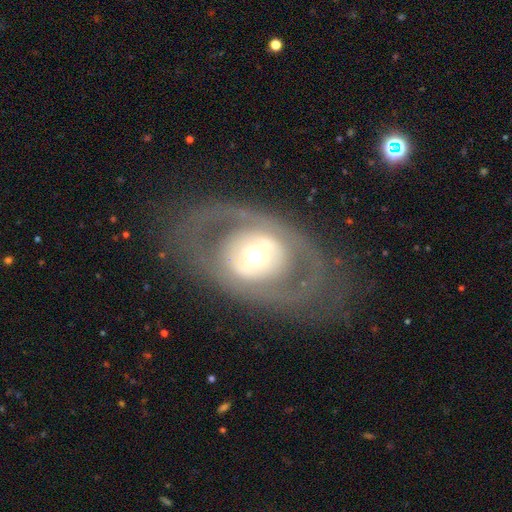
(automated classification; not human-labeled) Smooth or featured: featured or disk — 66% (smooth — 27%)
Edge-on disk: no — 91% (yes — 9%)
Bar: no — 72% (weak — 17%)
Spiral arms: no — 78% (yes — 22%)
Bulge size: moderate — 57% (large — 24%)
Merging: none — 74% (minor disturbance — 12%)